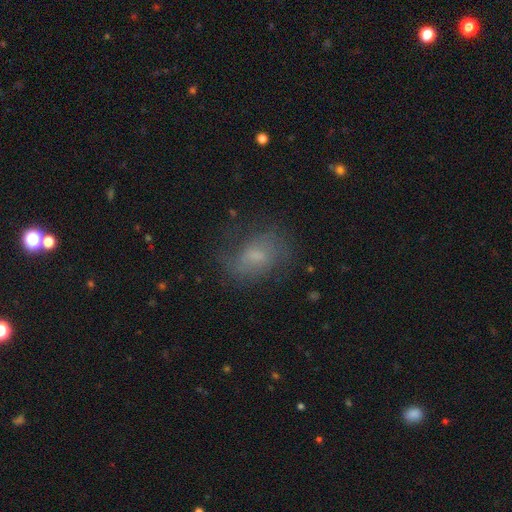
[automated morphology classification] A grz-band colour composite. It shows a smooth galaxy with no disk features (50%). Merging: none (62%).